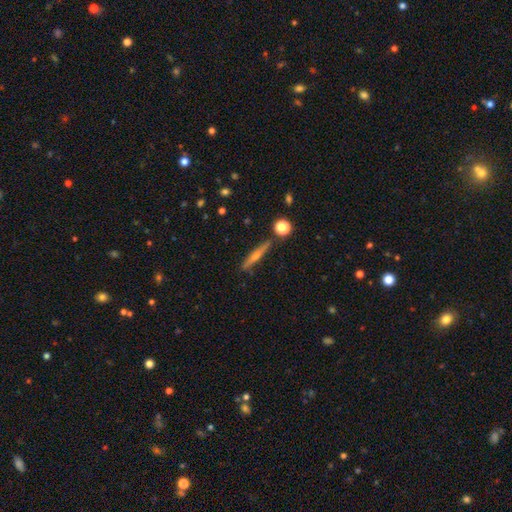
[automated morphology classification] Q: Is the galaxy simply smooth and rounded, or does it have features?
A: featured or disk — 60%.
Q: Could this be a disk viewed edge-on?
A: yes — 96%.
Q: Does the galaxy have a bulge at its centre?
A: rounded — 79%.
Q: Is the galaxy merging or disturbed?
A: none — 85%.